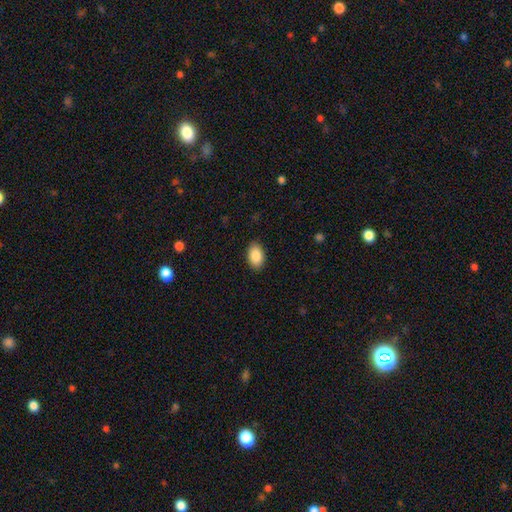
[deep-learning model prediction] Smooth or featured? smooth (88%)
How rounded? in between (92%)
Merging? none (89%)